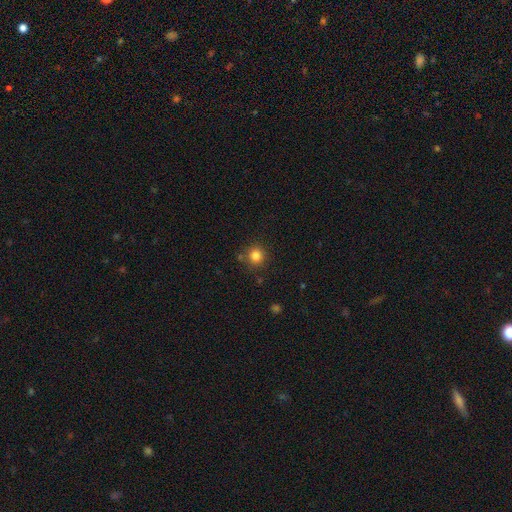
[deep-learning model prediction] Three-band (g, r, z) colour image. It shows a smooth galaxy with no disk features (82%) that is round (93%). Merging: none (84%).